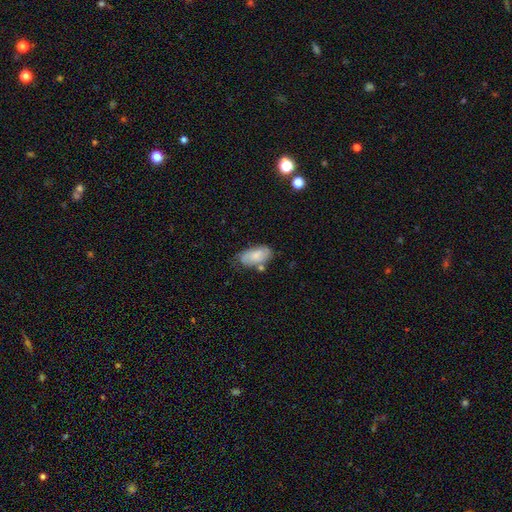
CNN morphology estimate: smooth-or-featured: smooth: 64% | featured or disk: 29% | star or artifact: 7%
  how-rounded: in between: 92% | cigar-shaped: 4% | round: 4%
  merging: none: 53% | minor disturbance: 29% | merger: 10% | major disturbance: 8%